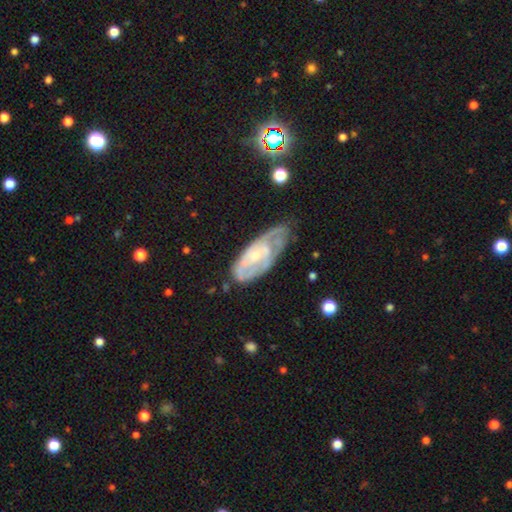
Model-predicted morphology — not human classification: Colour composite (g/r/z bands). It shows a featured or disk galaxy (73%) with no bar (66%), tight (57%) spiral arms (80%) and a small central bulge (62%). Merging: none (50%).